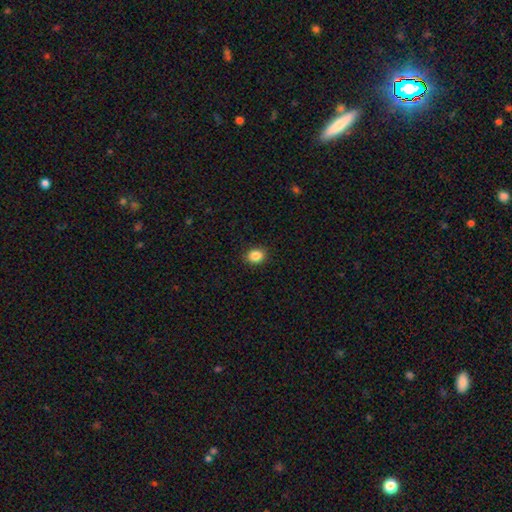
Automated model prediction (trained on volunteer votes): Smooth or featured? Predicted: smooth (p=0.86). How rounded? Predicted: round (p=0.58). Merging? Predicted: none (p=0.91).